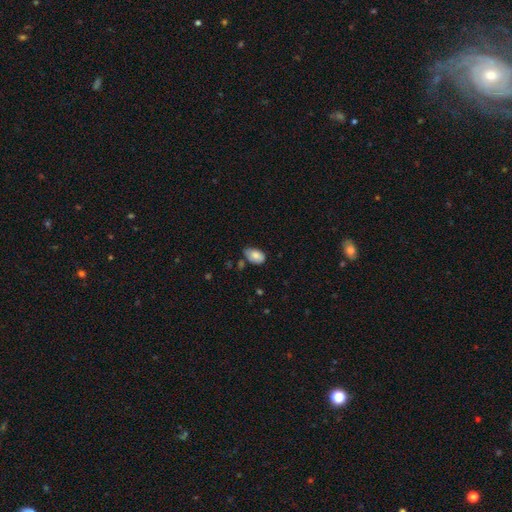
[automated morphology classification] Smooth or featured? smooth (80%)
How rounded? in between (88%)
Merging? none (51%)